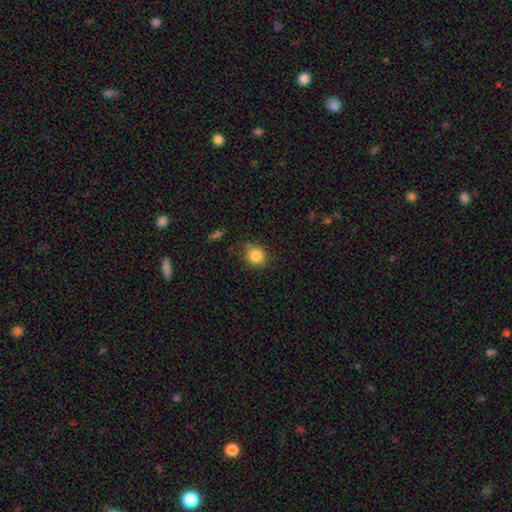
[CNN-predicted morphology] Smooth or featured? smooth (85%)
How rounded? round (82%)
Merging? none (75%)